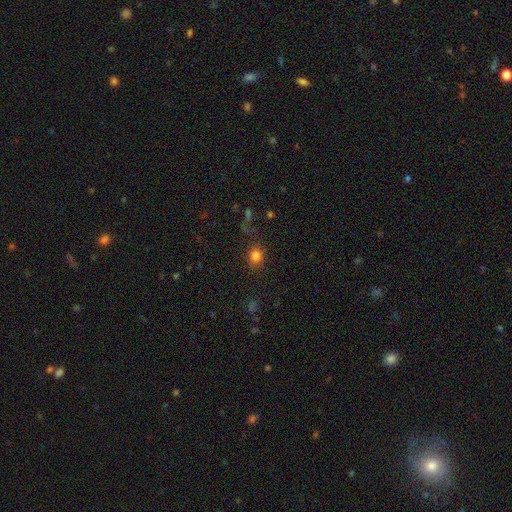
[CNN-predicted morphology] Smooth or featured: smooth — 81% (star or artifact — 13%)
How rounded: round — 62% (in between — 37%)
Merging: none — 81% (minor disturbance — 12%)